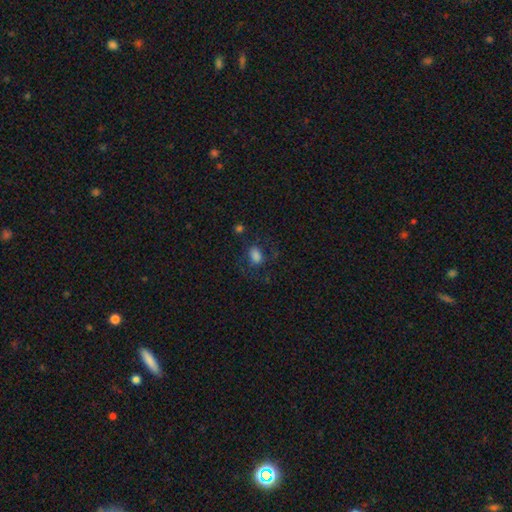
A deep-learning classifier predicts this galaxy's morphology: Smooth or featured?
  - smooth: 76% *
  - star or artifact: 12%
  - featured or disk: 11%
How rounded?
  - in between: 73% *
  - round: 25%
  - cigar-shaped: 2%
Merging?
  - none: 58% *
  - minor disturbance: 21%
  - major disturbance: 18%
  - merger: 3%